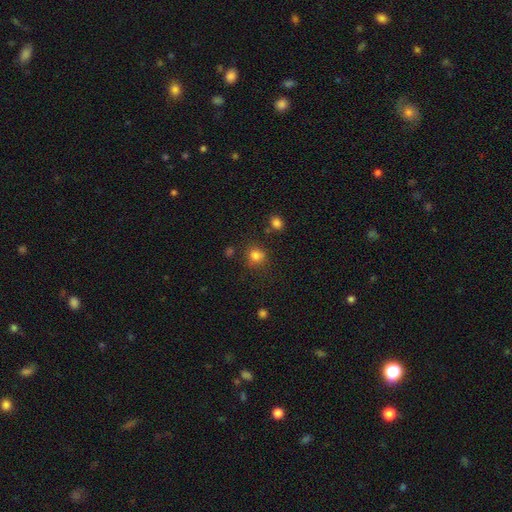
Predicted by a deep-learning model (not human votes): A smooth galaxy with no disk features (79%) that is round (81%).

Vote fractions:
- Smooth or featured? smooth: 79% / star or artifact: 15% / featured or disk: 7%
- How rounded? round: 81% / in between: 18% / cigar-shaped: 1%
- Merging? none: 72% / minor disturbance: 15% / merger: 8% / major disturbance: 5%